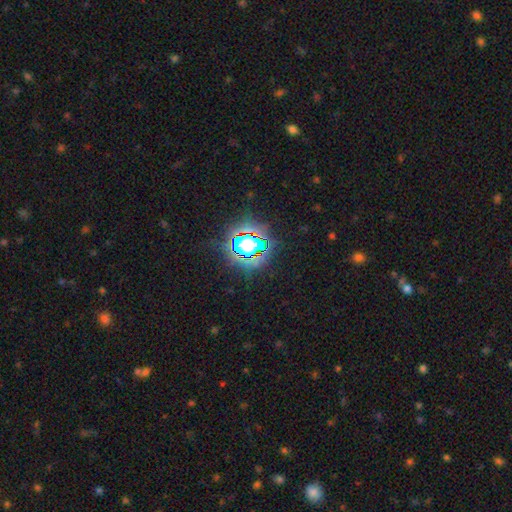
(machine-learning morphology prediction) A star or artifact, not a galaxy (69%).